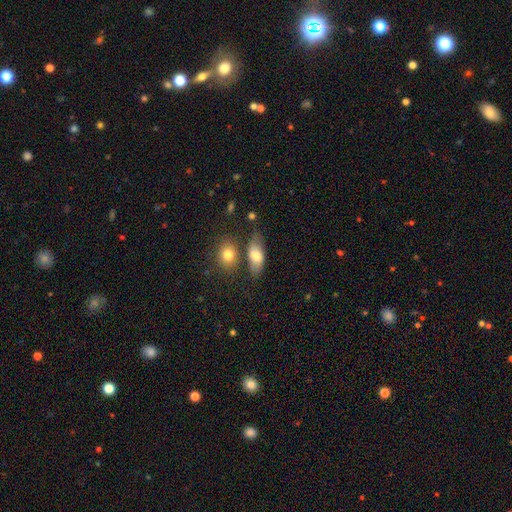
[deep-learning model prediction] smooth 73%, featured or disk 19%, star or artifact 8%. Down the decision tree: how rounded — in between (83%); merging — none (62%).